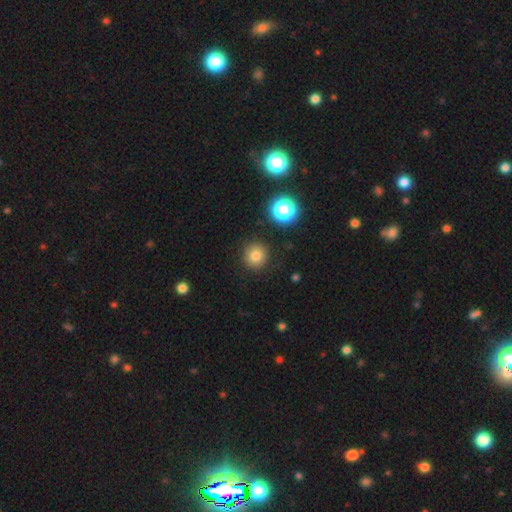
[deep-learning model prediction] smooth-or-featured: smooth: 78% | star or artifact: 15% | featured or disk: 7%
  how-rounded: round: 94% | in between: 5% | cigar-shaped: 1%
  merging: none: 90% | minor disturbance: 6% | major disturbance: 2% | merger: 2%